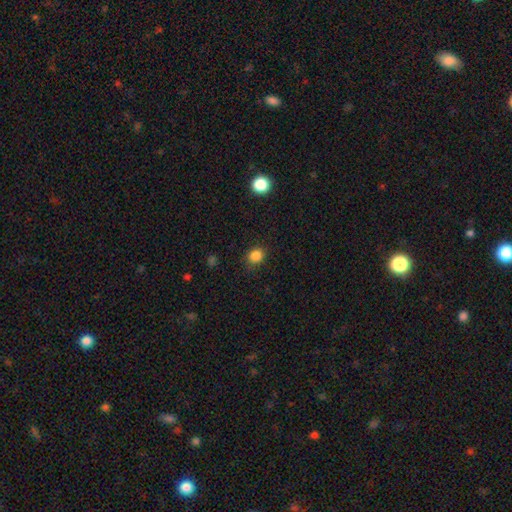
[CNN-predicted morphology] This appears to be a smooth galaxy with no disk features (85%) that is round (66%). Merging: none (82%).